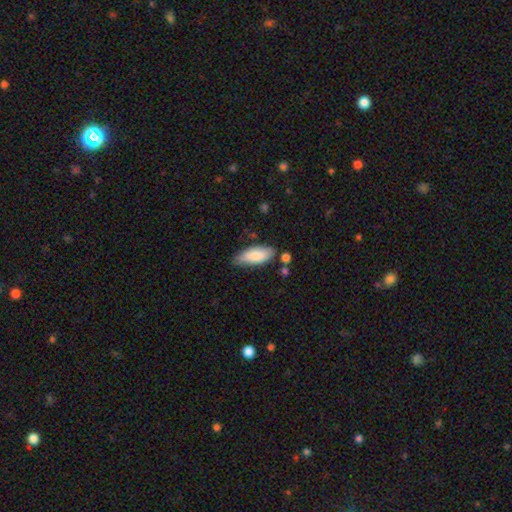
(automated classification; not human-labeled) smooth 83%, featured or disk 11%, star or artifact 6%. Down the decision tree: how rounded — in between (75%); merging — none (66%).